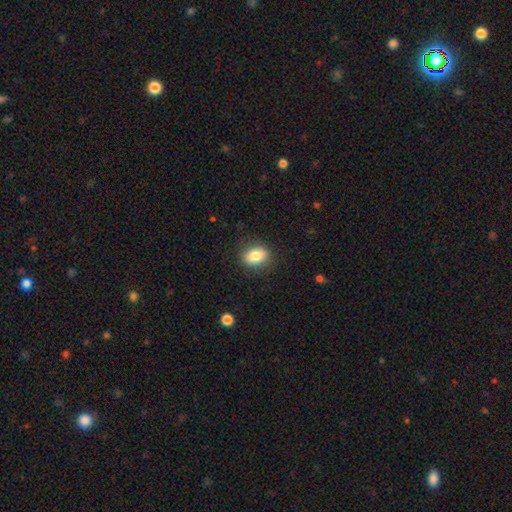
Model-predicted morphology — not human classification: smooth-or-featured: smooth: 80% | featured or disk: 12% | star or artifact: 8%
  how-rounded: in between: 69% | round: 30% | cigar-shaped: 1%
  merging: none: 84% | minor disturbance: 12% | major disturbance: 4% | merger: 1%